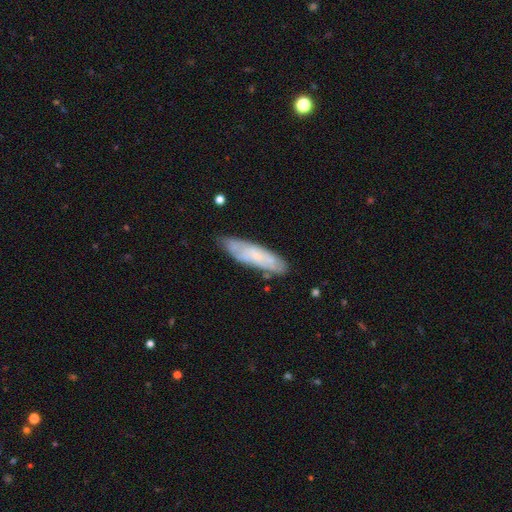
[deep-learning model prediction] Smooth or featured: smooth — 51% (featured or disk — 42%)
How rounded: cigar-shaped — 65% (in between — 33%)
Merging: none — 75% (minor disturbance — 19%)